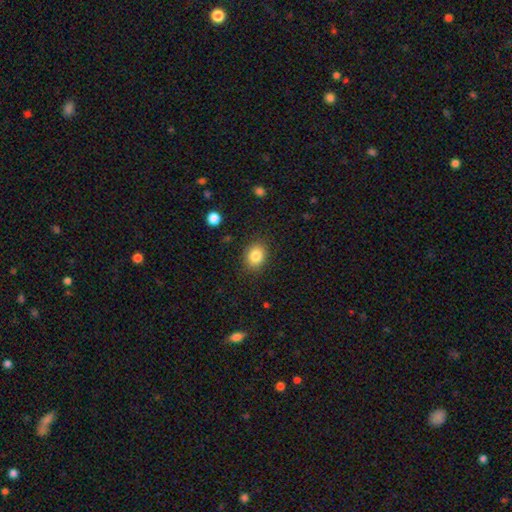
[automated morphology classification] smooth 84%, star or artifact 10%, featured or disk 6%. Down the decision tree: how rounded — round (58%); merging — none (87%).